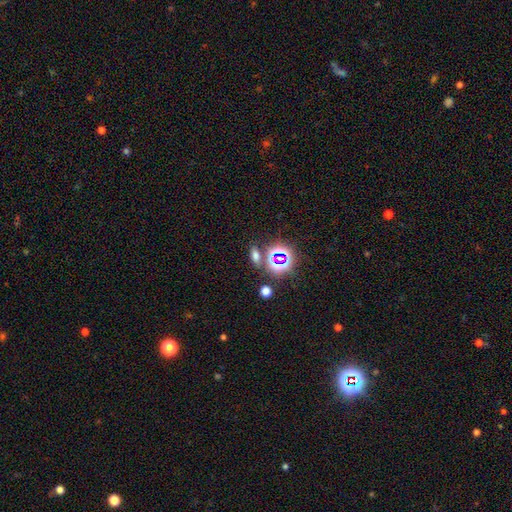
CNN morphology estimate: This appears to be a smooth galaxy with no disk features (54%) that is in between round and cigar-shaped (66%). Merging: none (75%).